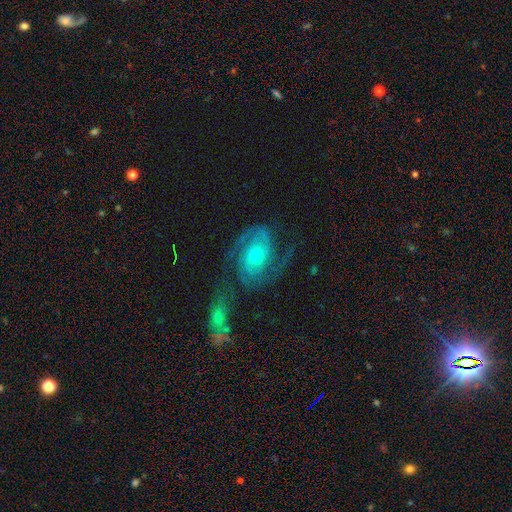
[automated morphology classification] type=featured or disk (89%); edge-on=no (98%); bar=no (70%); spiral arms=yes (97%); winding=medium (48%); arm count=2 (83%); bulge=small (62%); merging=none (64%).